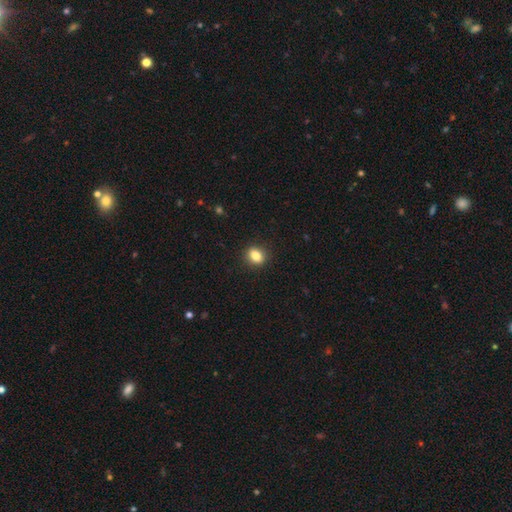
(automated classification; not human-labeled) The model was most divided on "how rounded": in between: 61%, round: 37%, cigar-shaped: 2%. More confident: merging — none (89%); smooth or featured — smooth (85%).